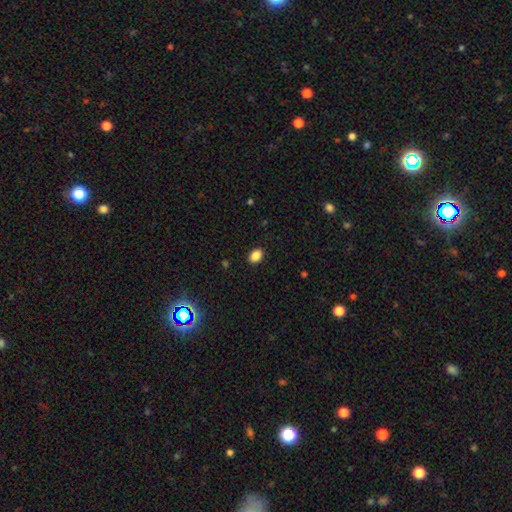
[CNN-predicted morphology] Q: Smooth or featured?
A: smooth (87%); runner-up: star or artifact (9%)
Q: How rounded?
A: in between (75%); runner-up: round (24%)
Q: Merging?
A: none (89%); runner-up: minor disturbance (8%)